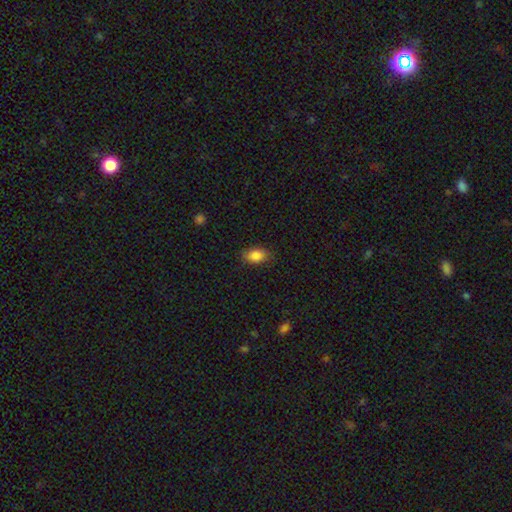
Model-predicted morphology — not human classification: Smooth or featured?
  - smooth: 87% *
  - star or artifact: 8%
  - featured or disk: 5%
How rounded?
  - in between: 87% *
  - round: 11%
  - cigar-shaped: 2%
Merging?
  - none: 83% *
  - minor disturbance: 13%
  - major disturbance: 3%
  - merger: 1%